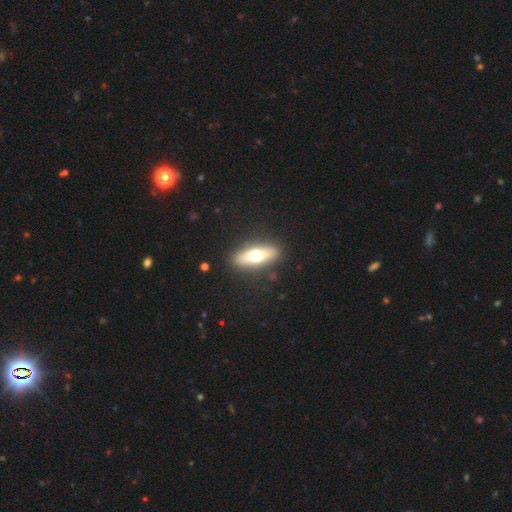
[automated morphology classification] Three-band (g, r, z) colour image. It shows a smooth galaxy with no disk features (56%) that is in between round and cigar-shaped (54%). Merging: none (88%).